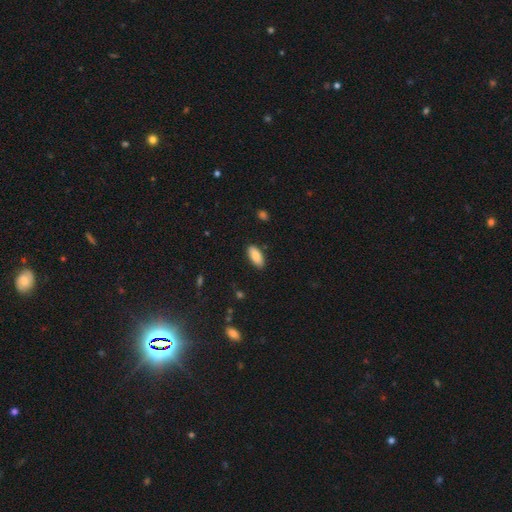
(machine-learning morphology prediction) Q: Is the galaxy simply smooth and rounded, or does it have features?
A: smooth — 86%.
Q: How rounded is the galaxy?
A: in between — 87%.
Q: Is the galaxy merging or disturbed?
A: none — 88%.